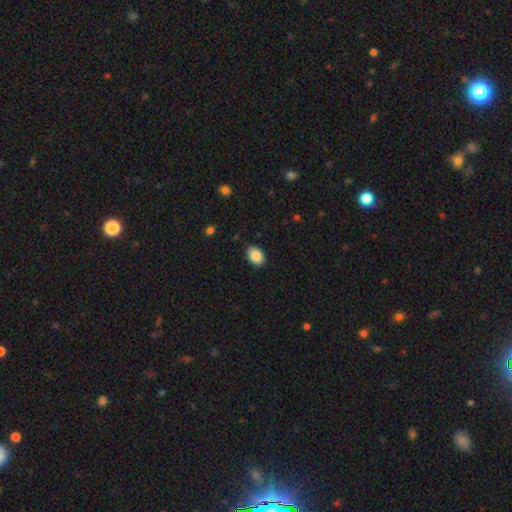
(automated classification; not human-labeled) This appears to be a smooth galaxy with no disk features (88%) that is in between round and cigar-shaped (82%). Merging: none (87%).